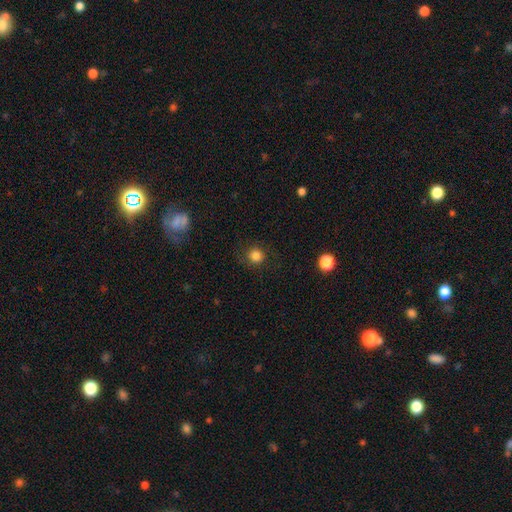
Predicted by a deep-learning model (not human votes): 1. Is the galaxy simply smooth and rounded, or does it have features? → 84% smooth, 12% star or artifact, 4% featured or disk.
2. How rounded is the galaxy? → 92% round, 7% in between, 1% cigar-shaped.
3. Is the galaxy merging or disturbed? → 86% none, 9% minor disturbance, 4% major disturbance, 1% merger.